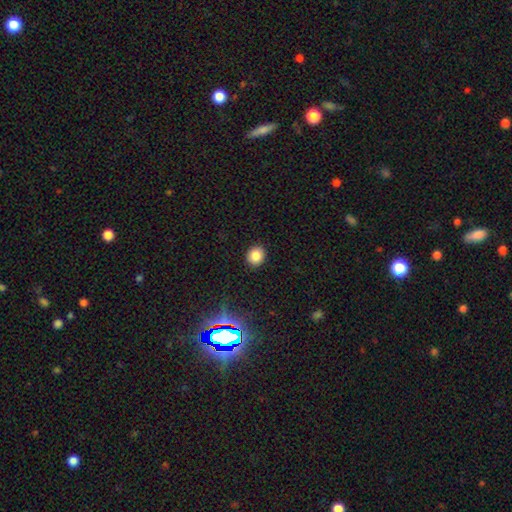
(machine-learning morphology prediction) A smooth galaxy with no disk features (83%) that is round (77%). Merging: none (91%).